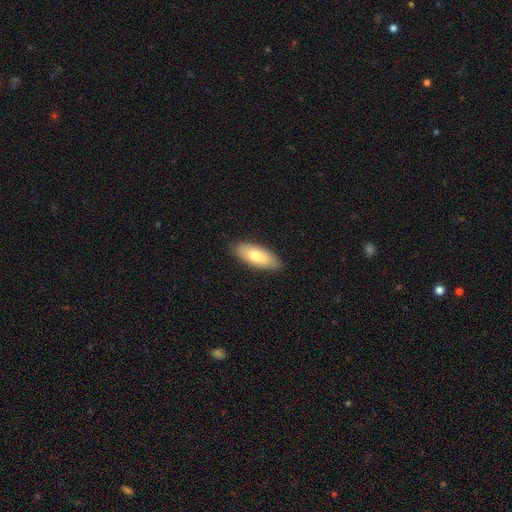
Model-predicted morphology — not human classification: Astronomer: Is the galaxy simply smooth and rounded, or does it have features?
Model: smooth — 74%.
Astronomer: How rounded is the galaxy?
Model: in between — 83%.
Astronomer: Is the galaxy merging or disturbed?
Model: none — 86%.